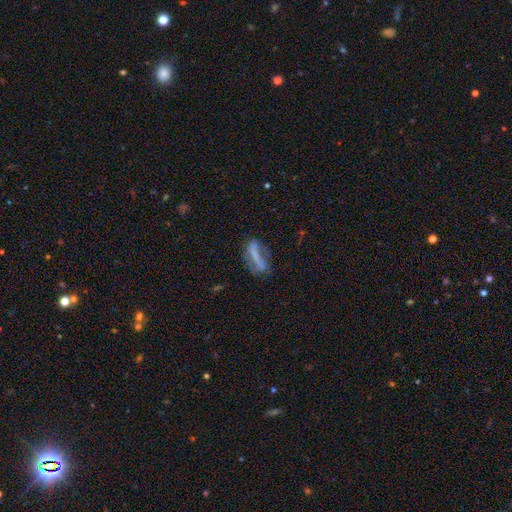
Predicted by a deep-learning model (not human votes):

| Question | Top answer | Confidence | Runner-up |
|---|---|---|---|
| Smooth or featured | featured or disk | 48% | smooth (40%) |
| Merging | none | 50% | minor disturbance (25%) |